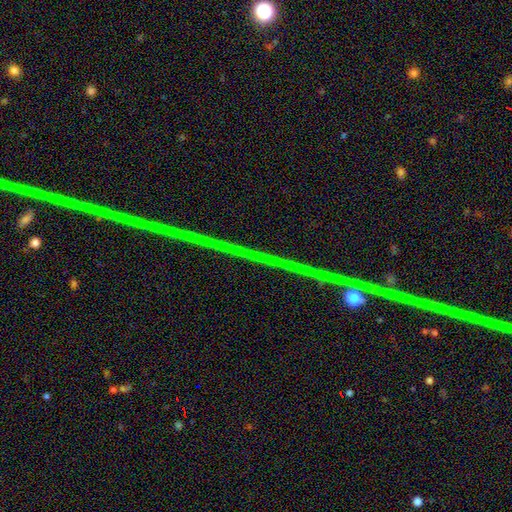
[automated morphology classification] This appears to be a star or artifact, not a galaxy (80%).